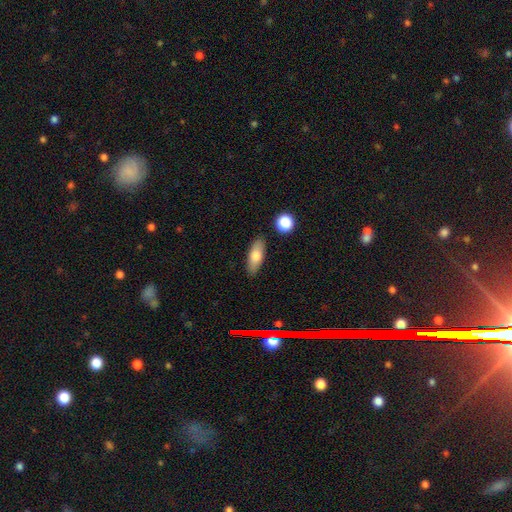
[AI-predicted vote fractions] smooth 76%, featured or disk 17%, star or artifact 7%. Down the decision tree: how rounded — in between (72%); merging — none (85%).